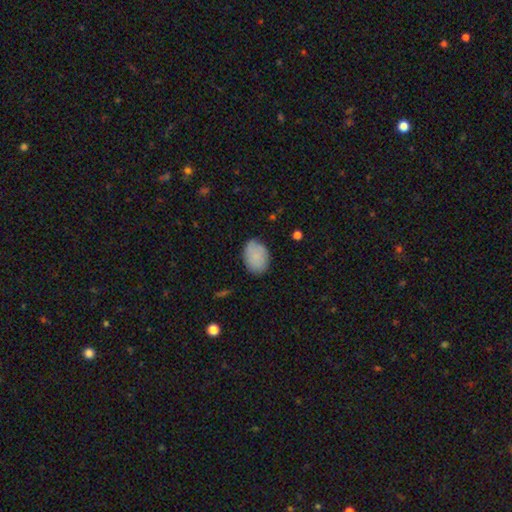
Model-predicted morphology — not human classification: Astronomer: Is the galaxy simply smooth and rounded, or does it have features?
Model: smooth — 86%.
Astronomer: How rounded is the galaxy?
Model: in between — 77%.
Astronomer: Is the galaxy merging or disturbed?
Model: none — 82%.